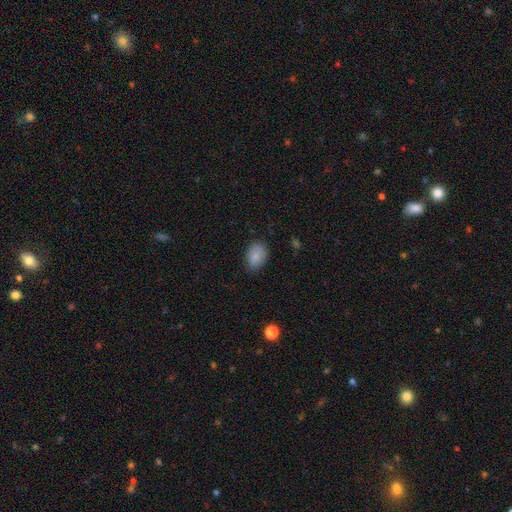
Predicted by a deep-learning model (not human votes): The model was most divided on "how rounded": in between: 79%, round: 20%, cigar-shaped: 1%. More confident: smooth or featured — smooth (85%); merging — none (77%).